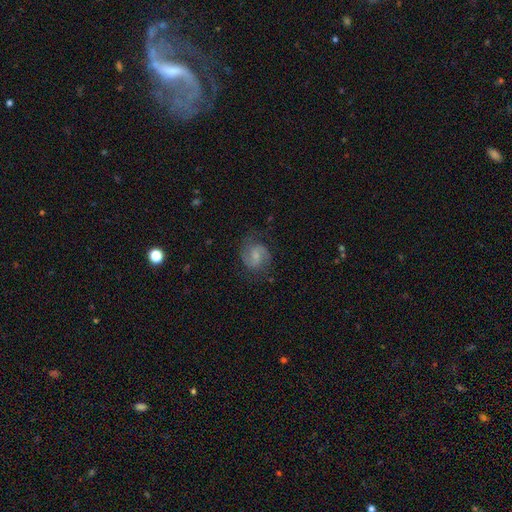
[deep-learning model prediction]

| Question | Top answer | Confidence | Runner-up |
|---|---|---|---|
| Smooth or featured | featured or disk | 69% | smooth (23%) |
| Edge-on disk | no | 98% | yes (2%) |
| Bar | weak | 54% | no (34%) |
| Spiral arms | yes | 94% | no (6%) |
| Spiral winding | medium | 53% | loose (26%) |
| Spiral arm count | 2 | 88% | can't tell (6%) |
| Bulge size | small | 43% | moderate (34%) |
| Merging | none | 72% | minor disturbance (18%) |